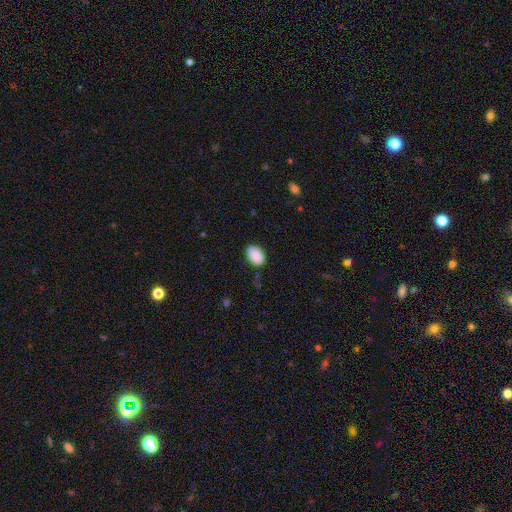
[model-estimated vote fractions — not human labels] A smooth galaxy with no disk features (87%) that is in between round and cigar-shaped (86%).

Vote fractions:
- Smooth or featured? smooth: 87% / star or artifact: 7% / featured or disk: 6%
- How rounded? in between: 86% / round: 13% / cigar-shaped: 1%
- Merging? none: 72% / minor disturbance: 23% / major disturbance: 4% / merger: 2%